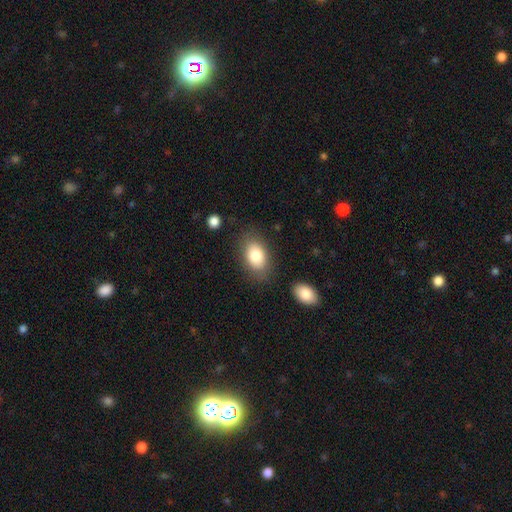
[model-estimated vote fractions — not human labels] A smooth galaxy with no disk features (81%) that is in between round and cigar-shaped (87%).

Vote fractions:
- Smooth or featured? smooth: 81% / featured or disk: 12% / star or artifact: 8%
- How rounded? in between: 87% / round: 12% / cigar-shaped: 1%
- Merging? none: 80% / minor disturbance: 13% / major disturbance: 4% / merger: 3%